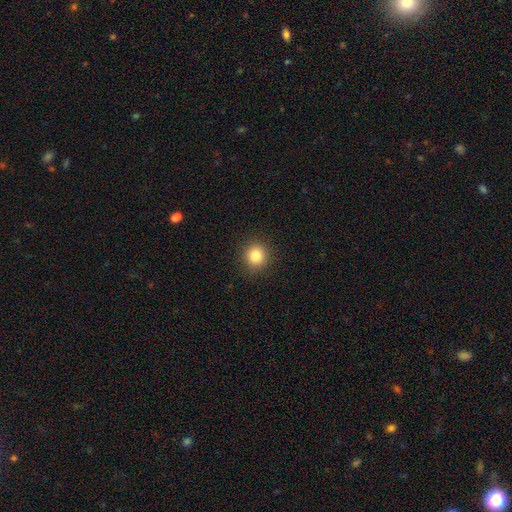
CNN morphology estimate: A smooth galaxy with no disk features (84%) that is round (89%). Merging: none (90%).